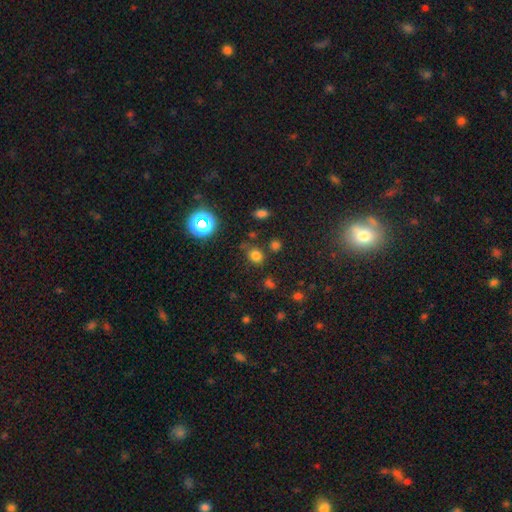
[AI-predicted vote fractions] A smooth galaxy with no disk features (72%) that is round (67%).

Vote fractions:
- Smooth or featured? smooth: 72% / star or artifact: 22% / featured or disk: 5%
- How rounded? round: 67% / in between: 32% / cigar-shaped: 1%
- Merging? none: 74% / minor disturbance: 14% / merger: 7% / major disturbance: 5%